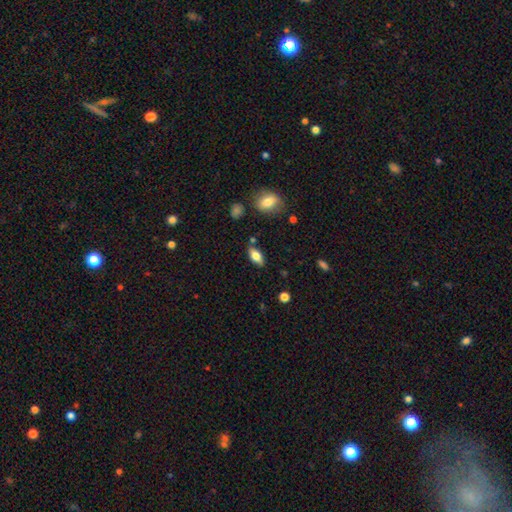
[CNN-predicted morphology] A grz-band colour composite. It shows a smooth galaxy with no disk features (72%) that is in between round and cigar-shaped (86%). Merging: none (82%).